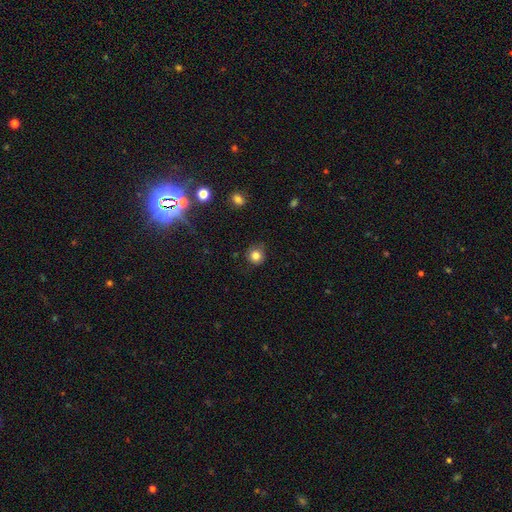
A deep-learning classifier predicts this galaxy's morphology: This appears to be a smooth galaxy with no disk features (81%) that is round (91%). Merging: none (82%).